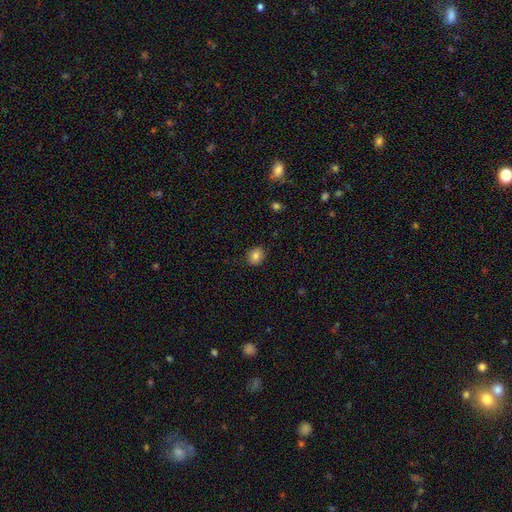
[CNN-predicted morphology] smooth 84%, star or artifact 10%, featured or disk 6%. Down the decision tree: how rounded — round (56%); merging — none (87%).